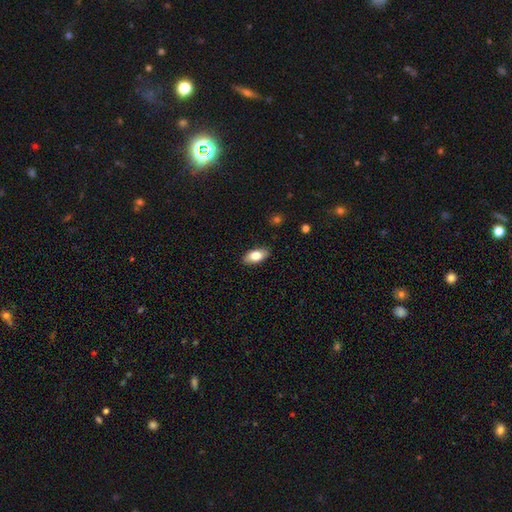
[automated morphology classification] Smooth or featured: smooth — 80% (featured or disk — 14%)
How rounded: in between — 91% (cigar-shaped — 6%)
Merging: none — 87% (minor disturbance — 10%)